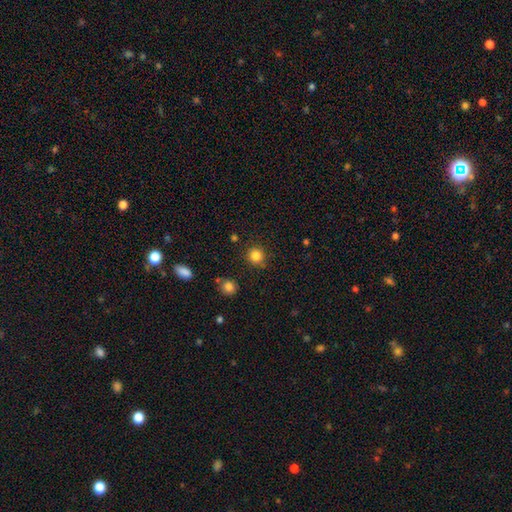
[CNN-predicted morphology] Smooth or featured? Predicted: smooth (p=0.84). How rounded? Predicted: round (p=0.93). Merging? Predicted: none (p=0.86).